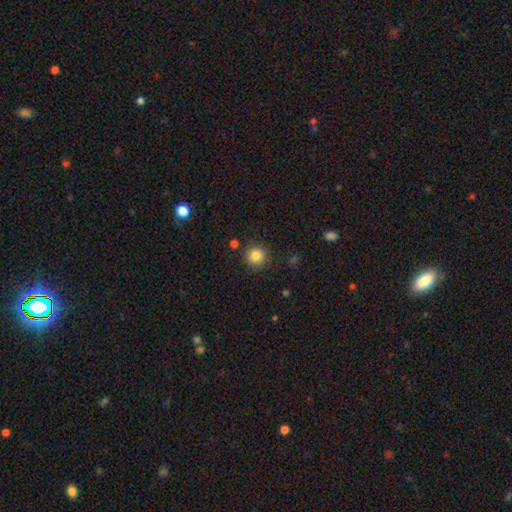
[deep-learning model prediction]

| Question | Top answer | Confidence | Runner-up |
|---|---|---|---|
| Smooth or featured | smooth | 85% | star or artifact (11%) |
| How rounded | round | 94% | in between (6%) |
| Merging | none | 87% | minor disturbance (8%) |